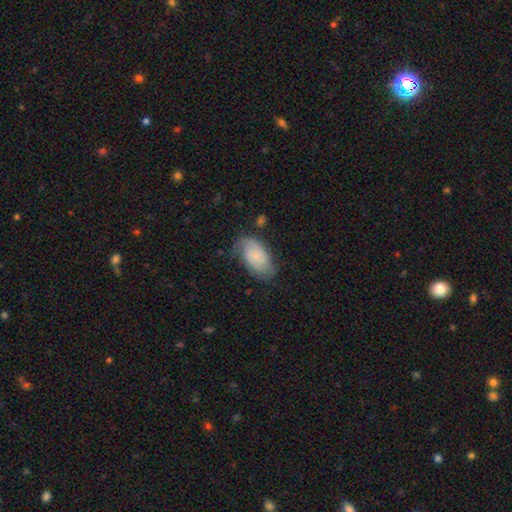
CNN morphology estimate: Smooth or featured: featured or disk — 50% (smooth — 42%)
Edge-on disk: no — 96% (yes — 4%)
Merging: none — 59% (minor disturbance — 27%)